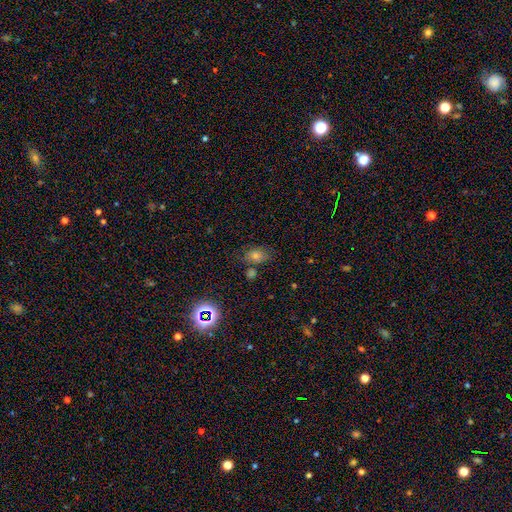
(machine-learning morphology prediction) Smooth or featured? Predicted: smooth (p=0.58). How rounded? Predicted: in between (p=0.69). Merging? Predicted: none (p=0.70).